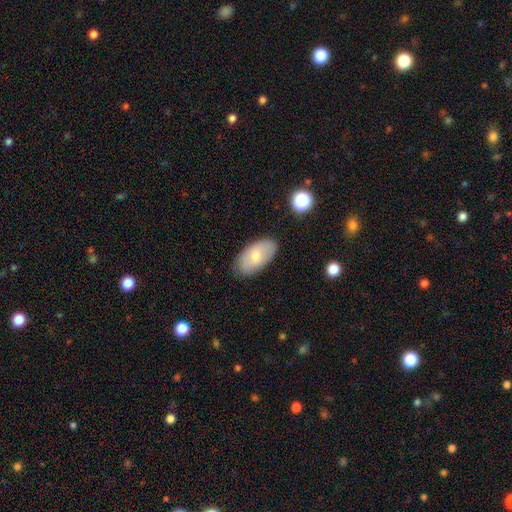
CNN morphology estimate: Overall: smooth (68%). How rounded: in between (95%). Merging: none (83%).